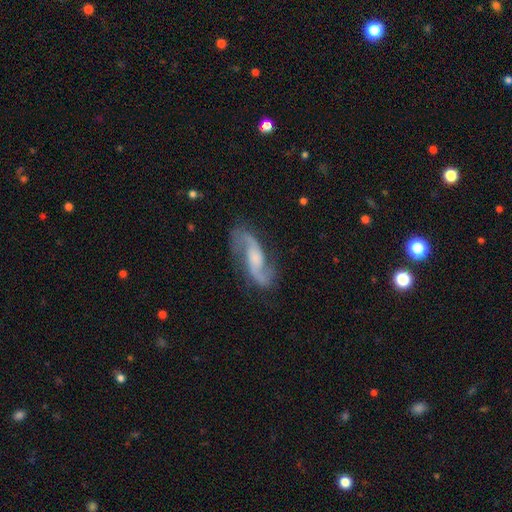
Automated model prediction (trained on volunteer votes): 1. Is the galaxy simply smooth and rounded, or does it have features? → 88% featured or disk, 6% smooth, 6% star or artifact.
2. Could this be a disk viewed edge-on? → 94% no, 6% yes.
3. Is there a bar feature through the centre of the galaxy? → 43% weak, 41% no, 16% strong.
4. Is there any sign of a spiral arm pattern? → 97% yes, 3% no.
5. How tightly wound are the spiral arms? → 49% loose, 41% medium, 10% tight.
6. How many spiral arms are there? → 93% 2, 2% can't tell, 1% 1, 1% 3, 1% 4, 1% more than 4.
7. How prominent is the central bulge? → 36% moderate, 33% small, 19% none, 10% large, 2% dominant.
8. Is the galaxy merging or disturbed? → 82% none, 12% minor disturbance, 4% major disturbance, 2% merger.